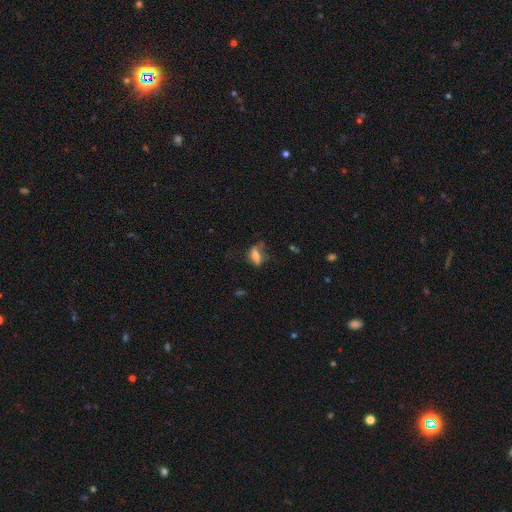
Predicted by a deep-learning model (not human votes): This is possibly a smooth galaxy (55%). How rounded: likely in between (68%). Merging: marginally none (41%).